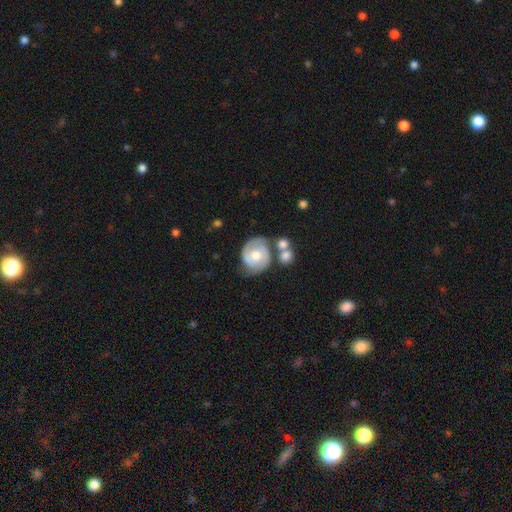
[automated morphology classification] Overall: featured or disk (69%). Edge-on disk: no (98%). Bar: no (66%; weak 28%). Spiral arms: yes (86%). Spiral arm count: 2 (76%). Spiral winding: tight (54%; medium 35%). Bulge size: moderate (70%). Merging: none (52%; merger 20%).